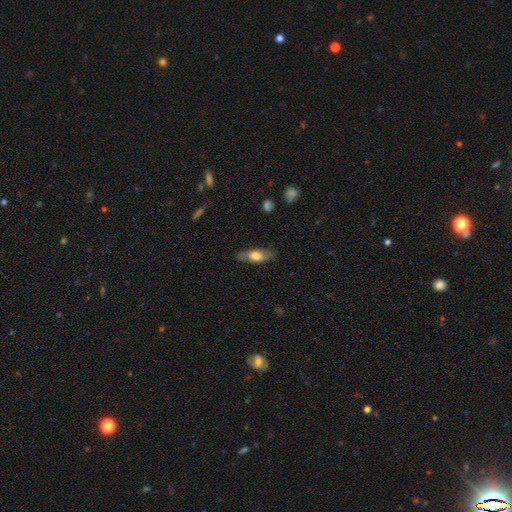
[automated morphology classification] Q: Smooth or featured?
A: smooth (62%); runner-up: featured or disk (32%)
Q: How rounded?
A: in between (65%); runner-up: cigar-shaped (33%)
Q: Merging?
A: none (82%); runner-up: minor disturbance (14%)